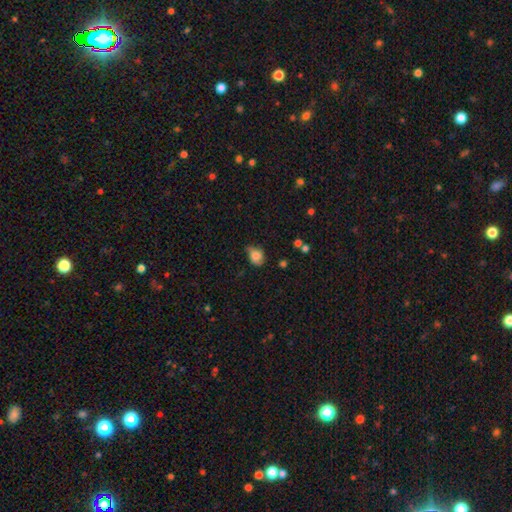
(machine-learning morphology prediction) type=smooth (66%); roundness=in between (53%); merging=none (47%).